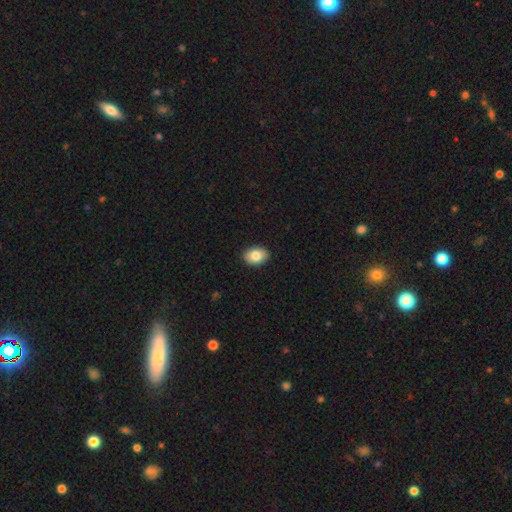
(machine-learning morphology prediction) The model was most divided on "how rounded": in between: 78%, round: 21%, cigar-shaped: 1%. More confident: merging — none (90%); smooth or featured — smooth (84%).